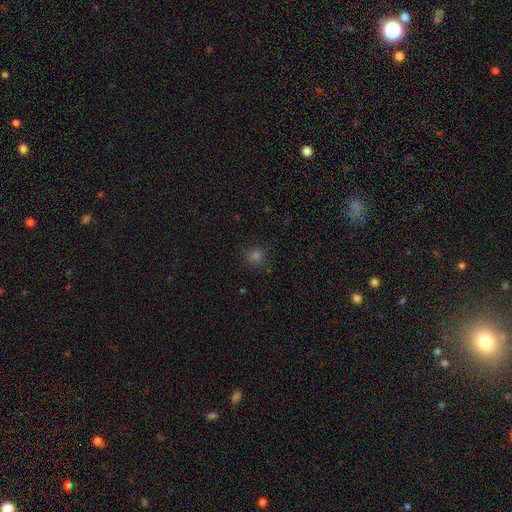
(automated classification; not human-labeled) smooth 70%, star or artifact 25%, featured or disk 5%. Down the decision tree: how rounded — round (88%); merging — none (85%).